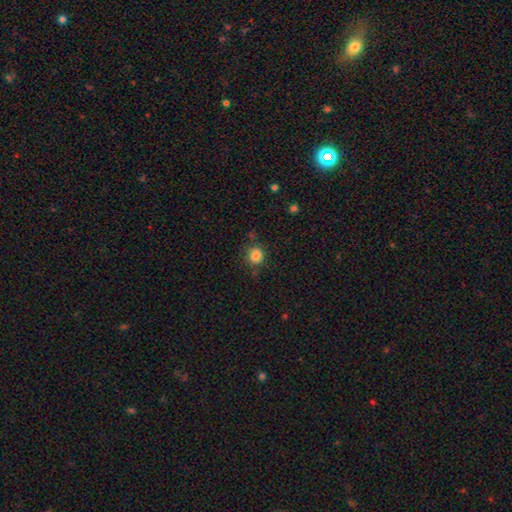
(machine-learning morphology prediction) Q: Smooth or featured?
A: smooth (84%); runner-up: star or artifact (11%)
Q: How rounded?
A: round (87%); runner-up: in between (12%)
Q: Merging?
A: none (79%); runner-up: minor disturbance (14%)